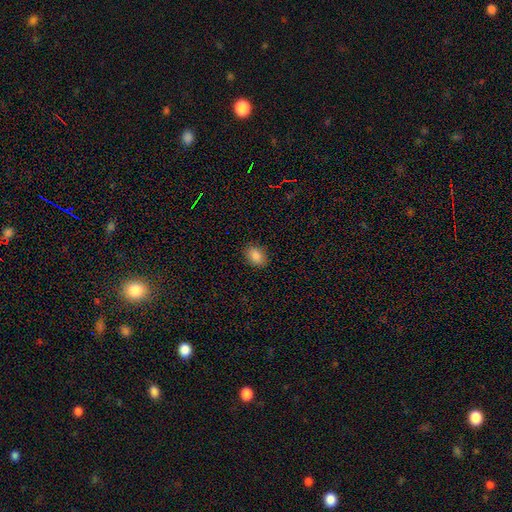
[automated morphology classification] This is clearly a smooth galaxy (87%). How rounded: clearly in between (83%). Merging: clearly none (88%).